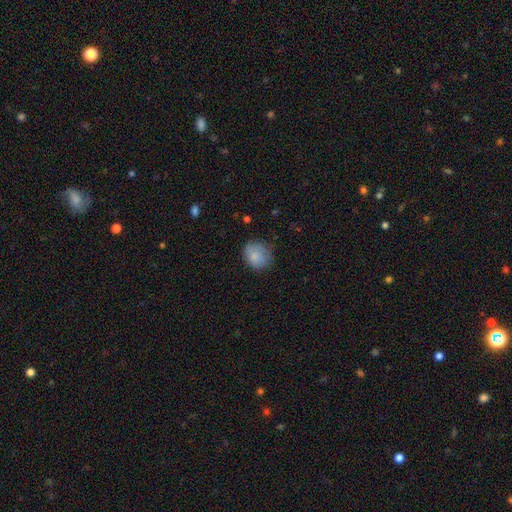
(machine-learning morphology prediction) smooth-or-featured: smooth: 83% | featured or disk: 9% | star or artifact: 8%
  how-rounded: round: 68% | in between: 31% | cigar-shaped: 1%
  merging: none: 69% | minor disturbance: 23% | major disturbance: 6% | merger: 1%